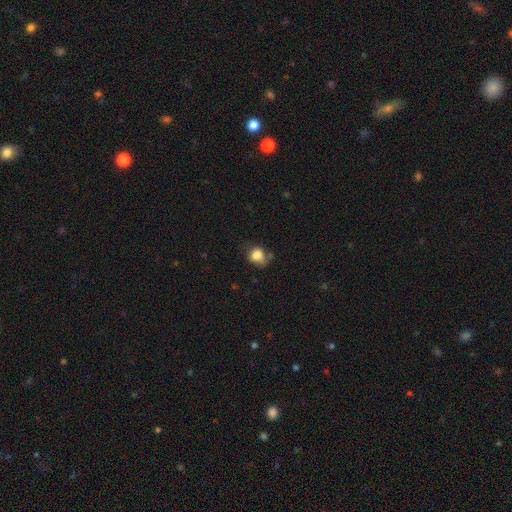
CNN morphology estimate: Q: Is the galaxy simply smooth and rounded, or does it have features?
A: smooth — 80%.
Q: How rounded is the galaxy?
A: in between — 51%.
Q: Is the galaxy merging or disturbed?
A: none — 48%.